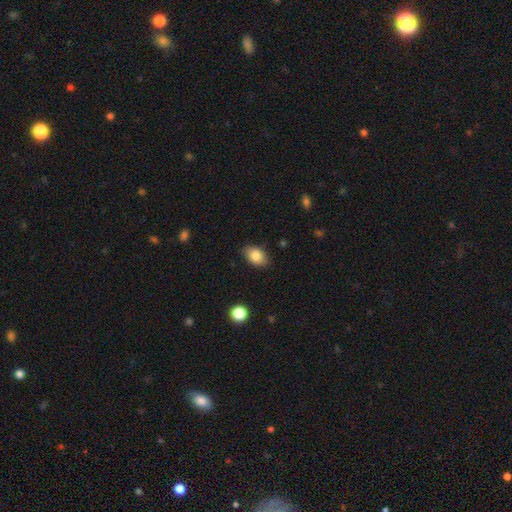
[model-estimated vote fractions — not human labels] Smooth or featured? smooth (84%)
How rounded? in between (84%)
Merging? none (85%)